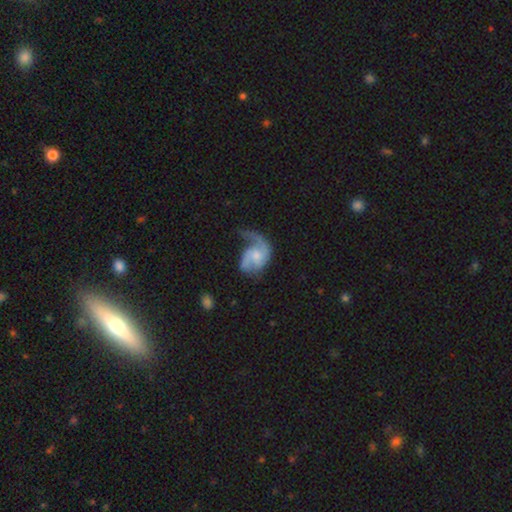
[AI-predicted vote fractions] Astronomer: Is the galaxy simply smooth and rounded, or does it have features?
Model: featured or disk — 78%.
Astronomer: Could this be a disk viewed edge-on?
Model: no — 98%.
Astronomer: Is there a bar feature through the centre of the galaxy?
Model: no — 62%.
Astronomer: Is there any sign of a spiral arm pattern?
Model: yes — 93%.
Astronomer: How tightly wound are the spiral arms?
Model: loose — 45% (runner-up: medium, 41%).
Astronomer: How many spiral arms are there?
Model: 2 — 56% (runner-up: 1, 34%).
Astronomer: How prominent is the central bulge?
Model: small — 46% (runner-up: moderate, 32%).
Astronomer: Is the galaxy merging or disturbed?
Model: major disturbance — 41% (runner-up: none, 31%).